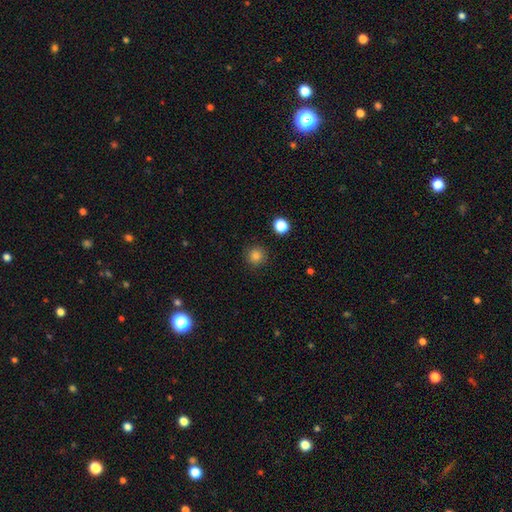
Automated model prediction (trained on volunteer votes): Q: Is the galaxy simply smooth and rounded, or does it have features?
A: smooth — 84%.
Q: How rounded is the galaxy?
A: round — 95%.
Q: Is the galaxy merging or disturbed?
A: none — 91%.